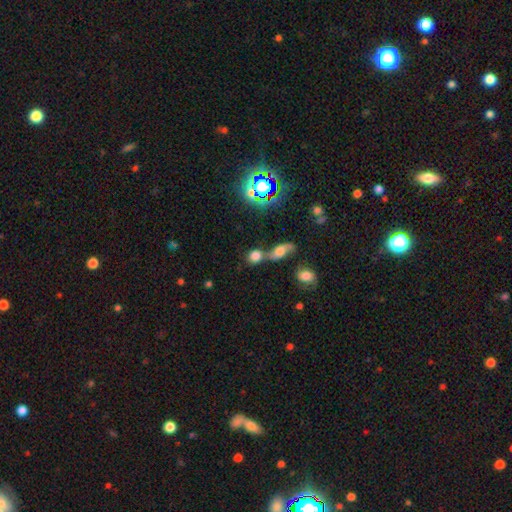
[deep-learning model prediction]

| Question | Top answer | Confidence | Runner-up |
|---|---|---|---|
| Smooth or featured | smooth | 70% | star or artifact (18%) |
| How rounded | round | 69% | in between (27%) |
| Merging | merger | 52% | none (34%) |